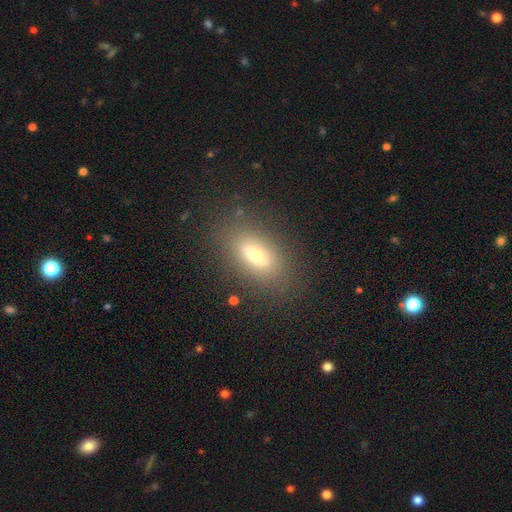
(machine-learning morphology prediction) smooth-or-featured: smooth: 50% | featured or disk: 37% | star or artifact: 12%
  how-rounded: in between: 70% | cigar-shaped: 24% | round: 6%
  merging: none: 84% | minor disturbance: 10% | major disturbance: 4% | merger: 2%